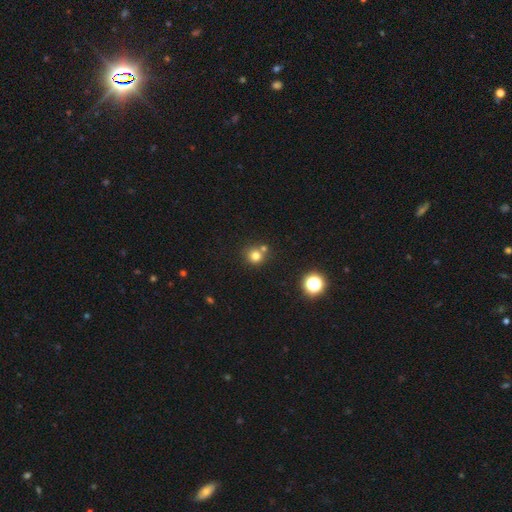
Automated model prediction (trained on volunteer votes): smooth 76%, star or artifact 15%, featured or disk 8%. Down the decision tree: how rounded — round (91%); merging — none (65%).